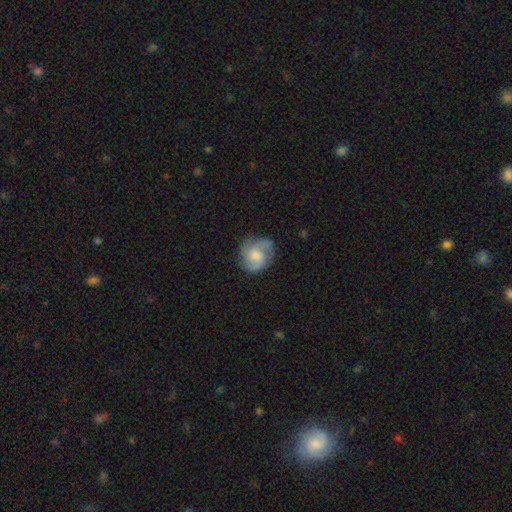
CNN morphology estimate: Smooth or featured?
  - featured or disk: 70% *
  - smooth: 24%
  - star or artifact: 6%
Edge-on disk?
  - no: 98% *
  - yes: 2%
Bar?
  - no: 57% *
  - weak: 38%
  - strong: 5%
Spiral arms?
  - yes: 94% *
  - no: 6%
Spiral winding?
  - medium: 52% *
  - tight: 27%
  - loose: 22%
Spiral arm count?
  - 2: 46% *
  - 3: 31%
  - can't tell: 12%
  - 4: 4%
  - 1: 3%
  - more than 4: 3%
Bulge size?
  - moderate: 45% *
  - small: 35%
  - none: 11%
  - large: 8%
  - dominant: 1%
Merging?
  - none: 70% *
  - minor disturbance: 20%
  - major disturbance: 8%
  - merger: 2%